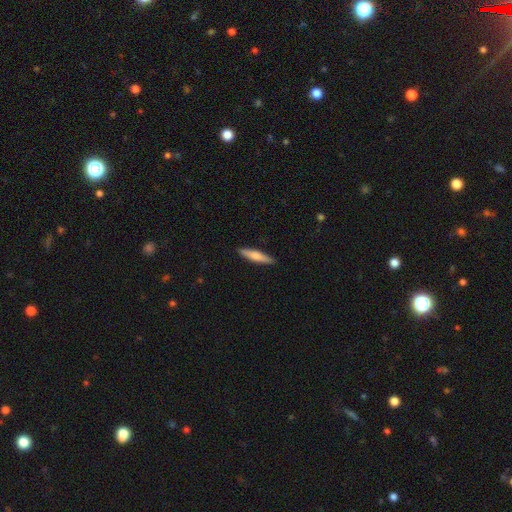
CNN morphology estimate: Smooth or featured? Predicted: smooth (p=0.64). How rounded? Predicted: cigar-shaped (p=0.85). Merging? Predicted: none (p=0.90).